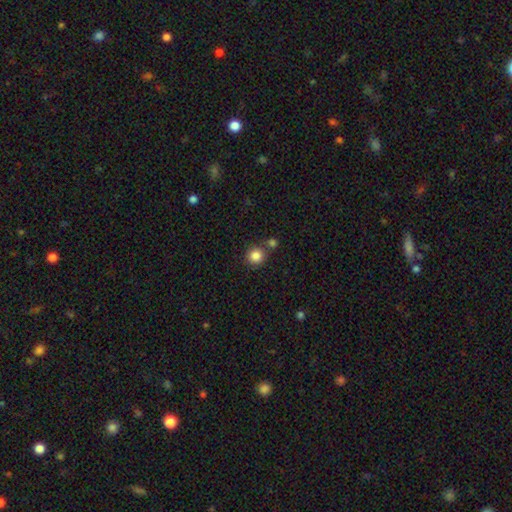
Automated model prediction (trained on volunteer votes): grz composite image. It shows a smooth galaxy with no disk features (85%) that is round (90%). Merging: none (70%).